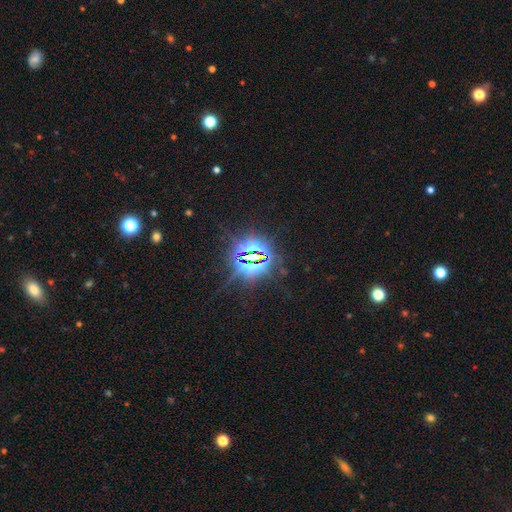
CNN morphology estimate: star or artifact 85%, smooth 8%, featured or disk 7%.